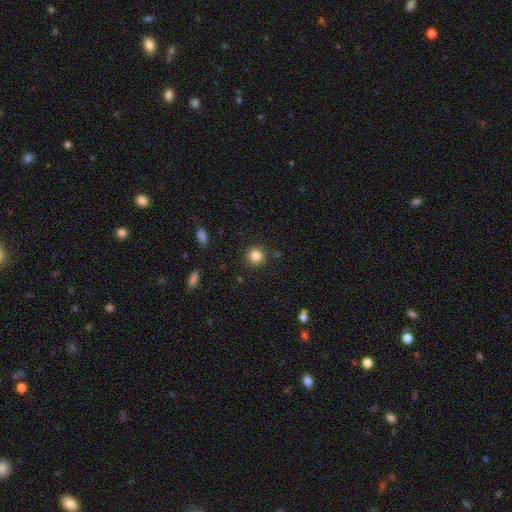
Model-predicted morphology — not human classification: The model was most divided on "smooth or featured": smooth: 85%, star or artifact: 11%, featured or disk: 4%. More confident: how rounded — round (93%); merging — none (89%).